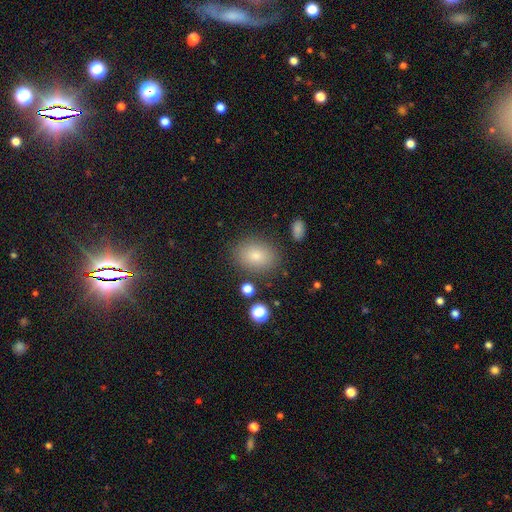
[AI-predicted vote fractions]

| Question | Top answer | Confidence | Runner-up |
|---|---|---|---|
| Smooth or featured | smooth | 81% | featured or disk (10%) |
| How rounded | in between | 61% | round (38%) |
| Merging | none | 82% | minor disturbance (11%) |